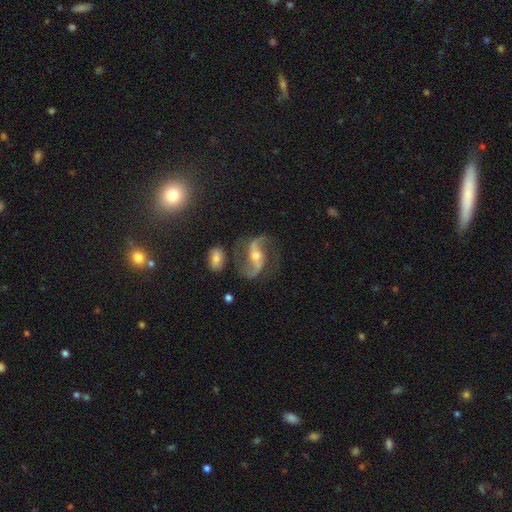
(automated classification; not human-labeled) Smooth or featured? Predicted: featured or disk (p=0.89). Edge-on disk? Predicted: no (p=0.97). Bar? Predicted: weak (p=0.34, tied with no). Spiral arms? Predicted: yes (p=0.97). Spiral winding? Predicted: loose (p=0.61). Spiral arm count? Predicted: 2 (p=0.93). Bulge size? Predicted: moderate (p=0.57). Merging? Predicted: none (p=0.74).